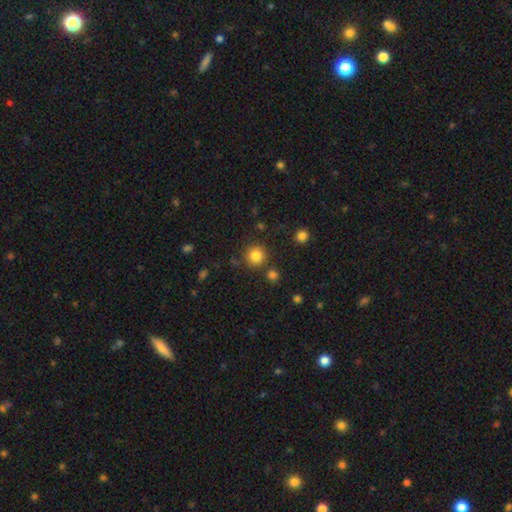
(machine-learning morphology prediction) Overall: smooth (83%). How rounded: round (93%). Merging: none (84%).